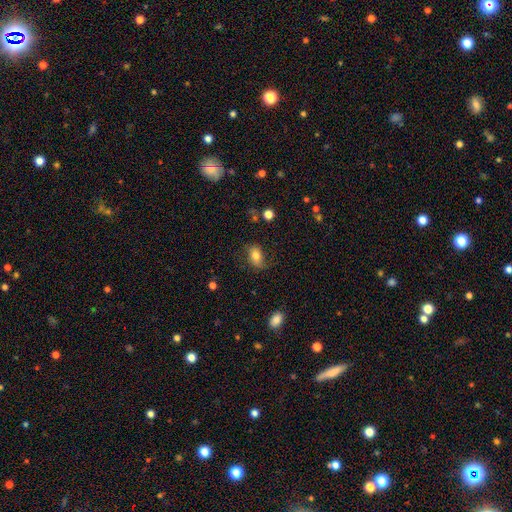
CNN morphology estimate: smooth-or-featured: smooth: 70% | featured or disk: 21% | star or artifact: 9%
  how-rounded: in between: 85% | round: 13% | cigar-shaped: 3%
  merging: none: 64% | minor disturbance: 23% | major disturbance: 11% | merger: 2%